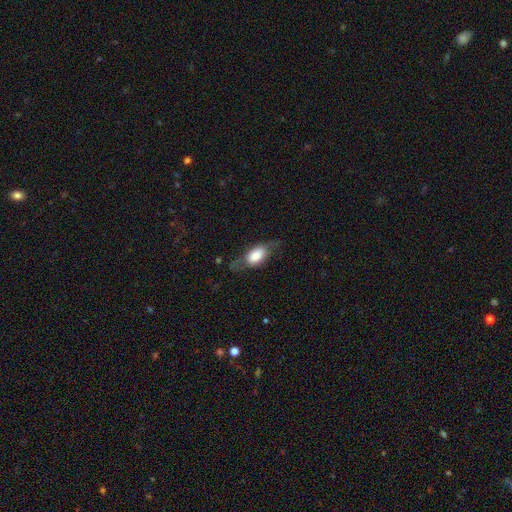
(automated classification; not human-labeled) Smooth or featured: smooth — 62% (featured or disk — 31%)
How rounded: in between — 82% (cigar-shaped — 10%)
Merging: none — 58% (minor disturbance — 24%)